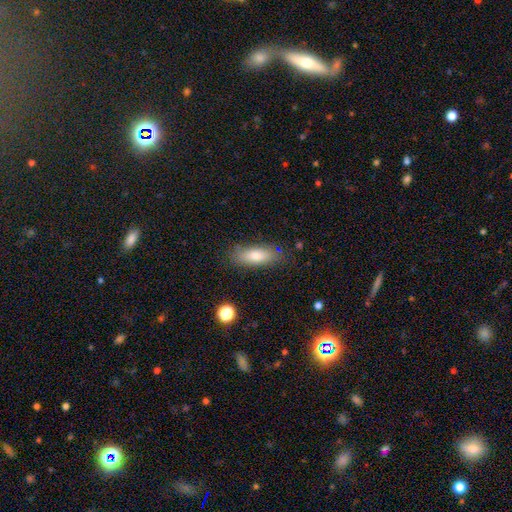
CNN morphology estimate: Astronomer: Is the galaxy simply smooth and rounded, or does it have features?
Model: smooth — 76%.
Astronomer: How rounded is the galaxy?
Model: in between — 61% (runner-up: cigar-shaped, 37%).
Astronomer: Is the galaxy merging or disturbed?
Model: none — 82%.